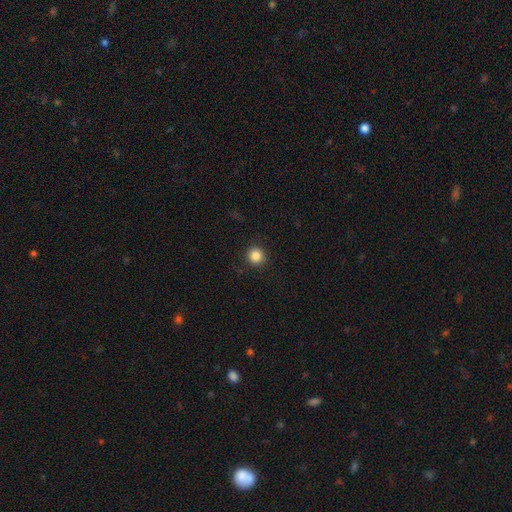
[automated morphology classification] Smooth or featured? smooth (86%)
How rounded? round (94%)
Merging? none (91%)